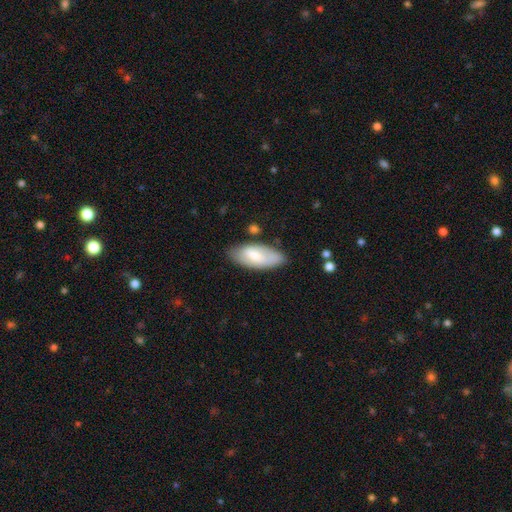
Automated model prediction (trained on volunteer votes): The model was most divided on "smooth or featured": smooth: 68%, featured or disk: 25%, star or artifact: 6%. More confident: how rounded — in between (88%); merging — none (73%).